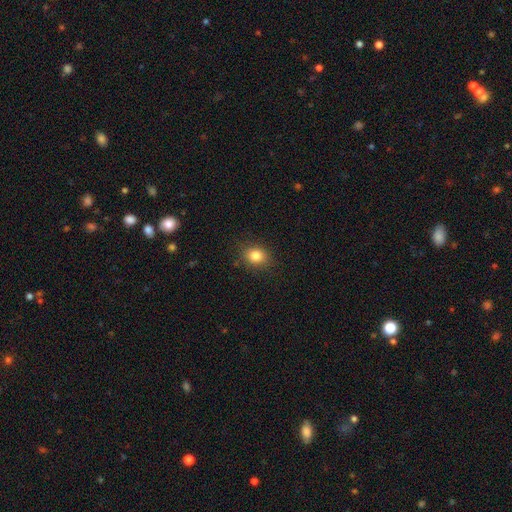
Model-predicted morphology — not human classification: A smooth galaxy with no disk features (83%) that is round (53%).

Vote fractions:
- Smooth or featured? smooth: 83% / star or artifact: 11% / featured or disk: 6%
- How rounded? round: 53% / in between: 45% / cigar-shaped: 1%
- Merging? none: 85% / minor disturbance: 11% / major disturbance: 3% / merger: 1%